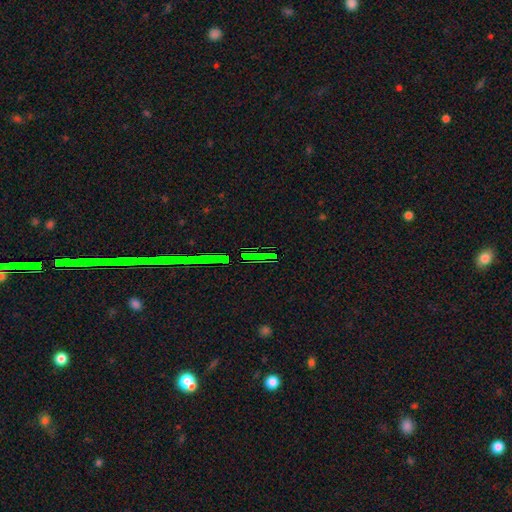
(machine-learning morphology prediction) A star or artifact, not a galaxy (73%).